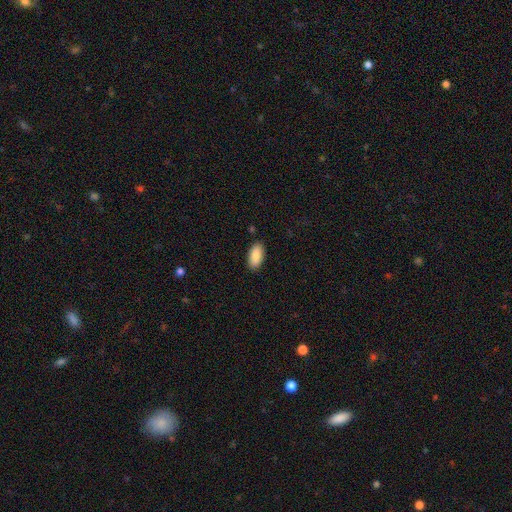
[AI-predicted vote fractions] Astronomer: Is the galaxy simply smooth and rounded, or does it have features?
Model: smooth — 88%.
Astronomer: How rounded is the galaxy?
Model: in between — 92%.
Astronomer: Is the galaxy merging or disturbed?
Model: none — 88%.